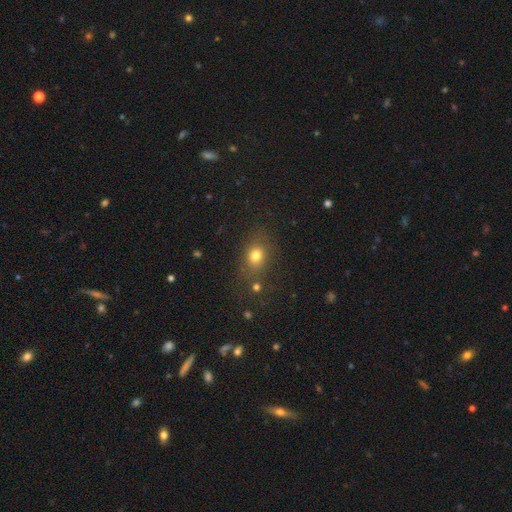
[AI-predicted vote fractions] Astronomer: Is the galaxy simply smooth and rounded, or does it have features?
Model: smooth — 75%.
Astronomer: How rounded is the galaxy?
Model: in between — 51% (runner-up: round, 47%).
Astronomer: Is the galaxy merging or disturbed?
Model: none — 74%.